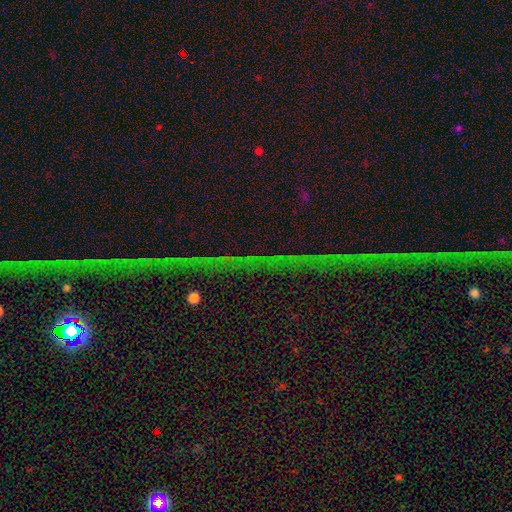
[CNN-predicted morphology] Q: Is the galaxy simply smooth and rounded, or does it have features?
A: star or artifact — 75%.